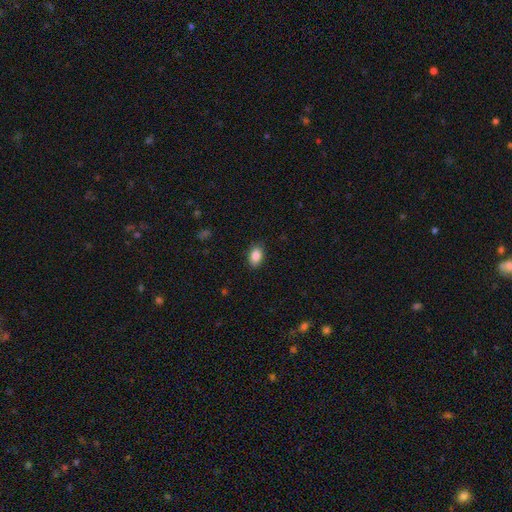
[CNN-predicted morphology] The model was most divided on "merging": none: 85%, minor disturbance: 11%, major disturbance: 3%, merger: 1%. More confident: how rounded — in between (88%); smooth or featured — smooth (88%).